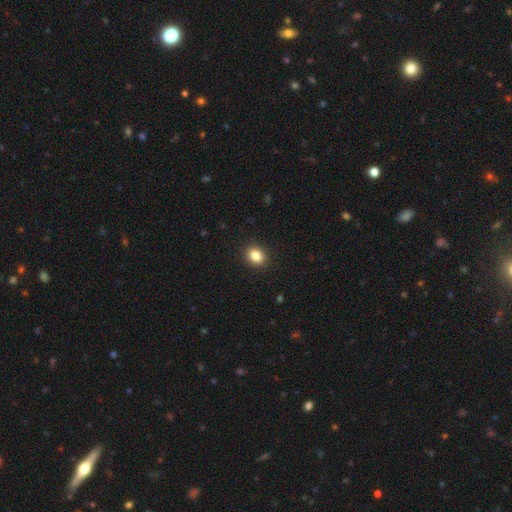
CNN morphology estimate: This appears to be a smooth galaxy with no disk features (84%) that is round (59%). Merging: none (91%).